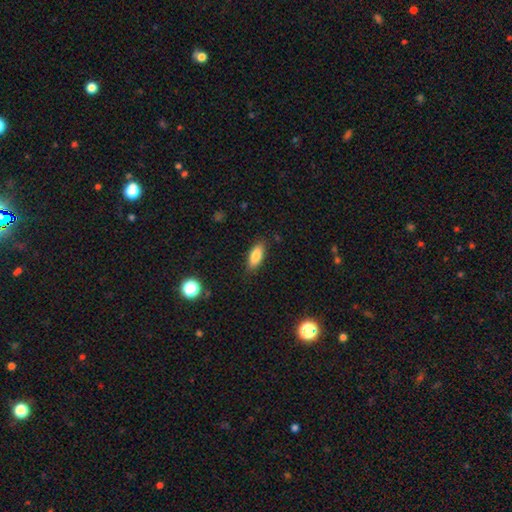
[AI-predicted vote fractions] The model was most divided on "how rounded": in between: 76%, cigar-shaped: 22%, round: 3%. More confident: merging — none (86%); smooth or featured — smooth (83%).